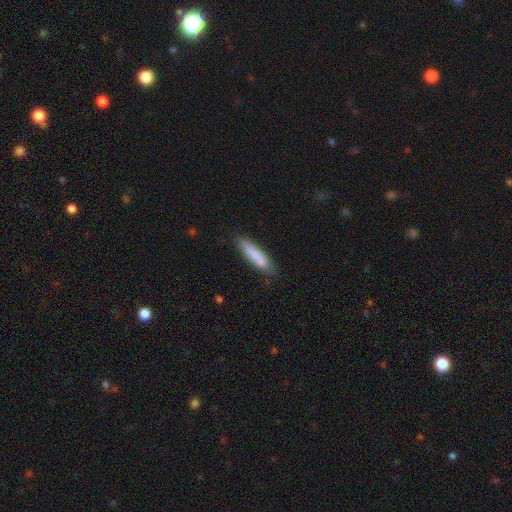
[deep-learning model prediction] smooth_or_featured: smooth (p=0.83) [alt: featured or disk p=0.11]
how_rounded: cigar-shaped (p=0.81) [alt: in between p=0.18]
merging: none (p=0.76) [alt: minor disturbance p=0.18]